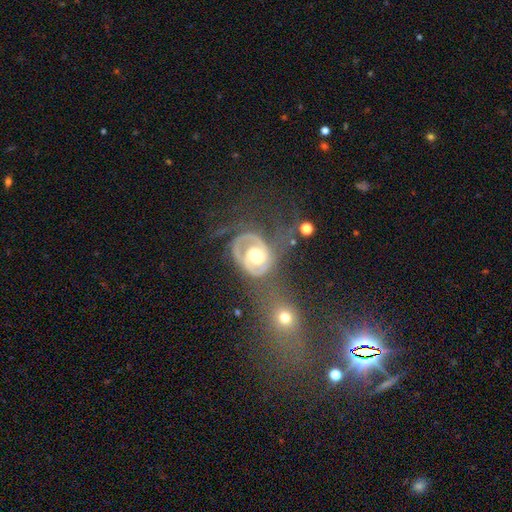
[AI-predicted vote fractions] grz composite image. It shows a featured or disk galaxy (82%) with no bar (70%), 2 (49%) tight (51%) spiral arms (84%) and a moderate central bulge (66%). Merging: major disturbance (32%, tied with none).